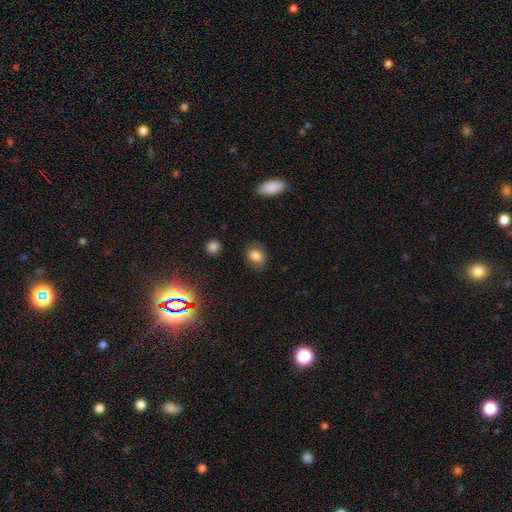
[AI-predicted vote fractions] The model was most divided on "how rounded": in between: 65%, round: 33%, cigar-shaped: 1%. More confident: smooth or featured — smooth (79%); merging — none (78%).